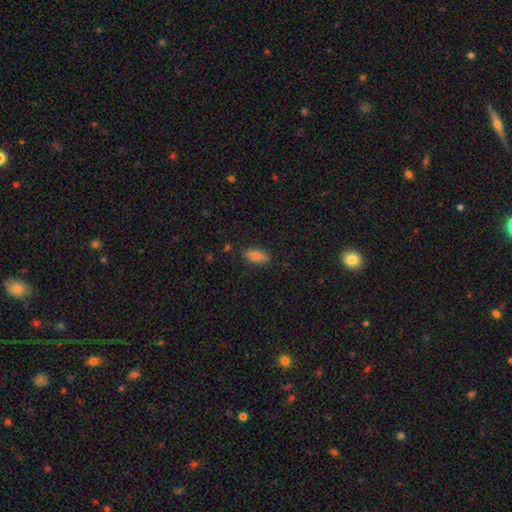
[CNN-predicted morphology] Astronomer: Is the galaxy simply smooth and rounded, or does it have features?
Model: smooth — 79%.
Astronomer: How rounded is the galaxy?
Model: in between — 84%.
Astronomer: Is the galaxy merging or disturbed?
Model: none — 84%.